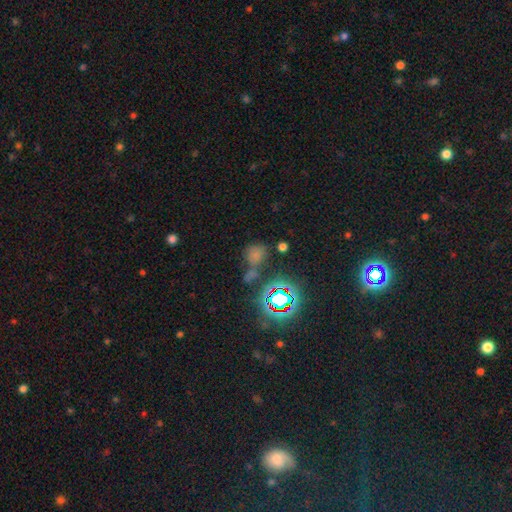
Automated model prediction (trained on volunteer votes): Morphology: type=smooth (56%); roundness=round (55%); merging=none (48%).